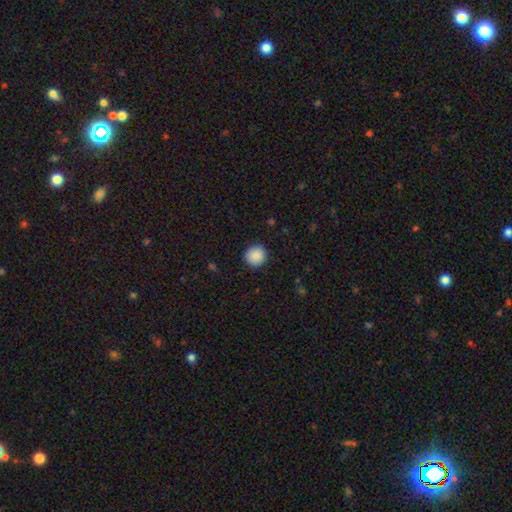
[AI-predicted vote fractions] smooth_or_featured: smooth (p=0.89) [alt: star or artifact p=0.08]
how_rounded: round (p=0.94) [alt: in between p=0.05]
merging: none (p=0.91) [alt: minor disturbance p=0.06]